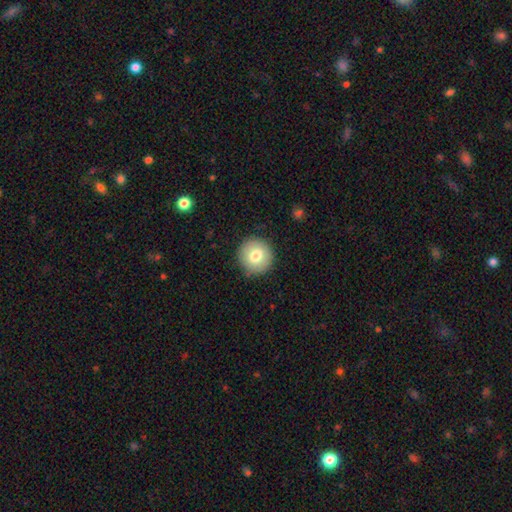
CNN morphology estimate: Smooth or featured?
  - smooth: 76% *
  - featured or disk: 15%
  - star or artifact: 8%
How rounded?
  - round: 94% *
  - in between: 5%
  - cigar-shaped: 1%
Merging?
  - none: 88% *
  - minor disturbance: 8%
  - major disturbance: 2%
  - merger: 1%